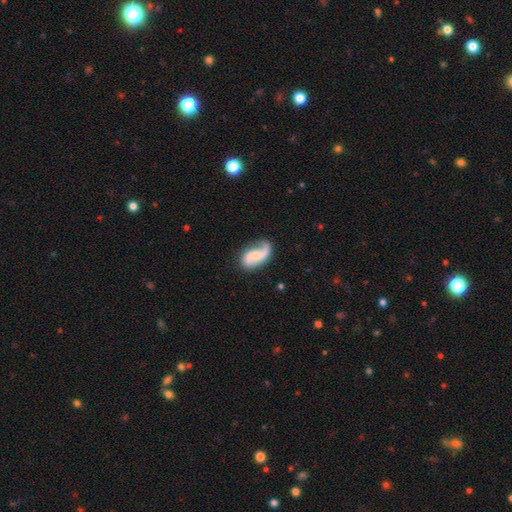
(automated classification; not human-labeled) Smooth or featured? featured or disk (78%)
Edge-on disk? no (97%)
Bar? no (56%)
Spiral arms? yes (95%)
Spiral winding? loose (55%)
Spiral arm count? 2 (80%)
Bulge size? small (47%)
Merging? none (66%)